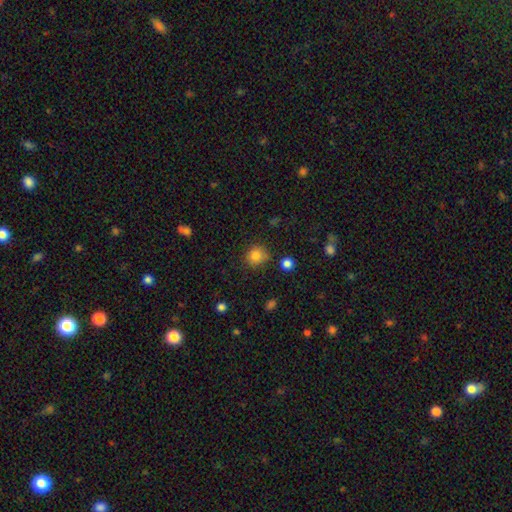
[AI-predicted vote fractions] Smooth or featured?
  - smooth: 83% *
  - star or artifact: 11%
  - featured or disk: 6%
How rounded?
  - round: 87% *
  - in between: 12%
  - cigar-shaped: 1%
Merging?
  - none: 81% *
  - minor disturbance: 12%
  - merger: 4%
  - major disturbance: 3%